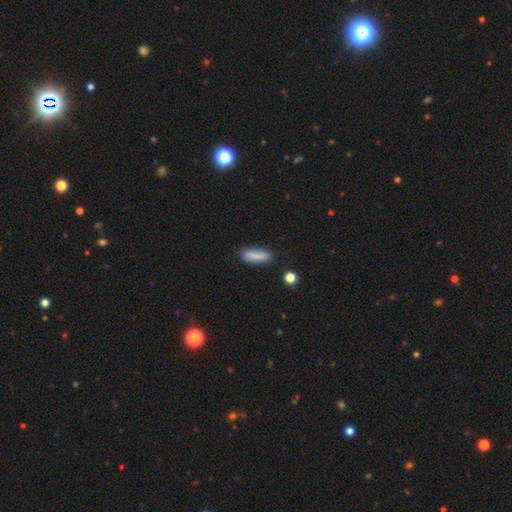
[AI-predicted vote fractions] smooth-or-featured: smooth: 80% | featured or disk: 13% | star or artifact: 7%
  how-rounded: cigar-shaped: 52% | in between: 45% | round: 2%
  merging: none: 76% | minor disturbance: 17% | merger: 4% | major disturbance: 4%